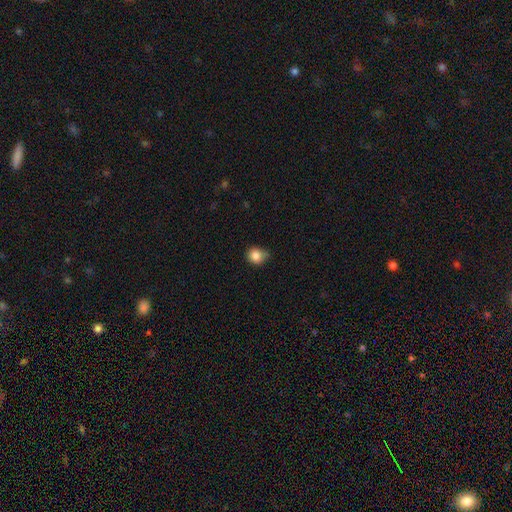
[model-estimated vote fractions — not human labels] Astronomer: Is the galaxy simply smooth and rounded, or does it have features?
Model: smooth — 84%.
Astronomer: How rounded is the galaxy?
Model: round — 76%.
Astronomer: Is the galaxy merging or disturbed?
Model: none — 59%.